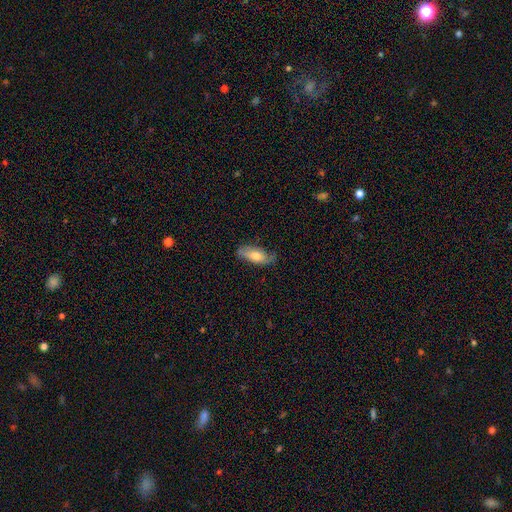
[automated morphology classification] smooth 55%, featured or disk 39%, star or artifact 6%. Down the decision tree: how rounded — in between (78%); merging — none (67%).